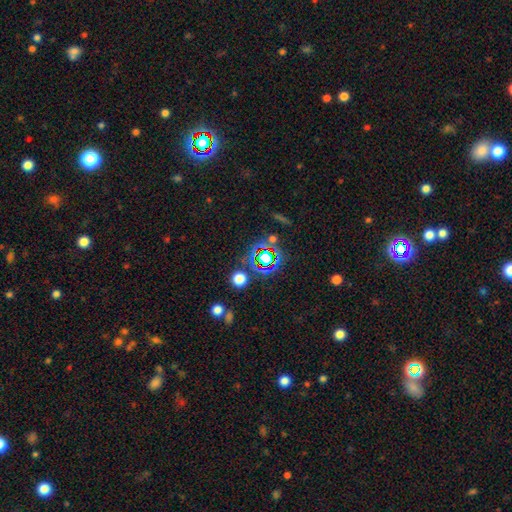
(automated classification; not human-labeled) smooth_or_featured: star or artifact (p=0.67) [alt: smooth p=0.20]